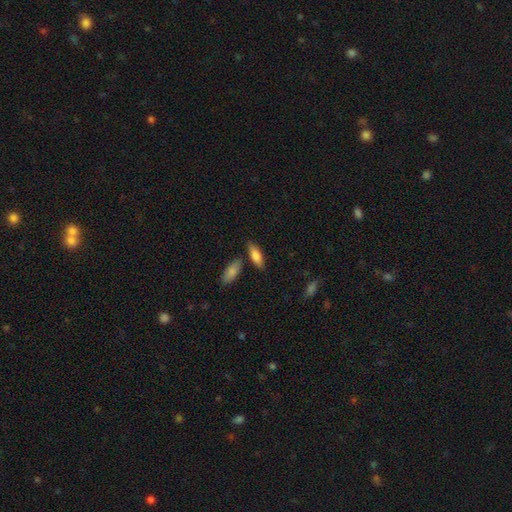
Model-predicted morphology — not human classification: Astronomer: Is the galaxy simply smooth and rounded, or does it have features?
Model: smooth — 79%.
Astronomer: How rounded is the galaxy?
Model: in between — 63%.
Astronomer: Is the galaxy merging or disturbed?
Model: none — 75%.